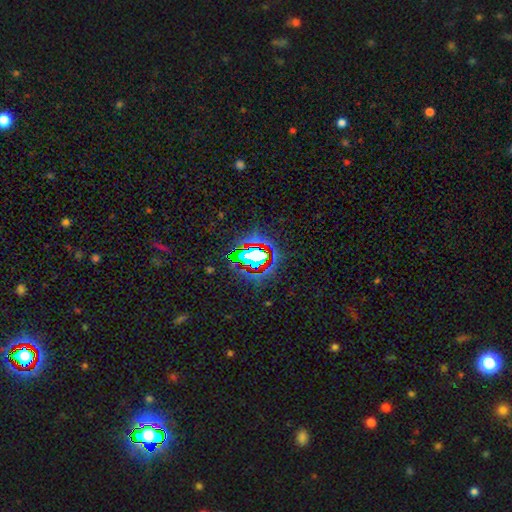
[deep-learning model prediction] Smooth or featured? star or artifact (68%)